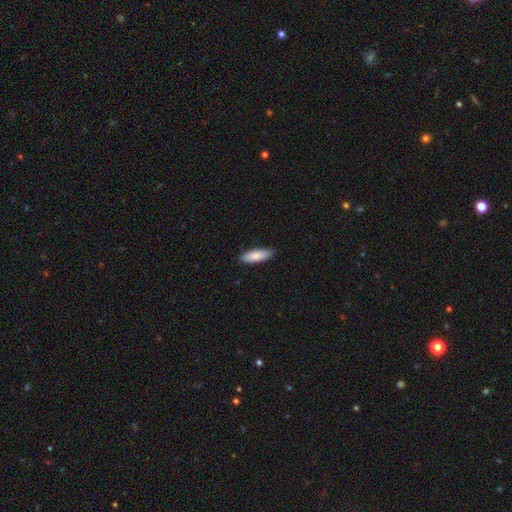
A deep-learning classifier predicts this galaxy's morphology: type=smooth (86%); roundness=in between (59%); merging=none (87%).